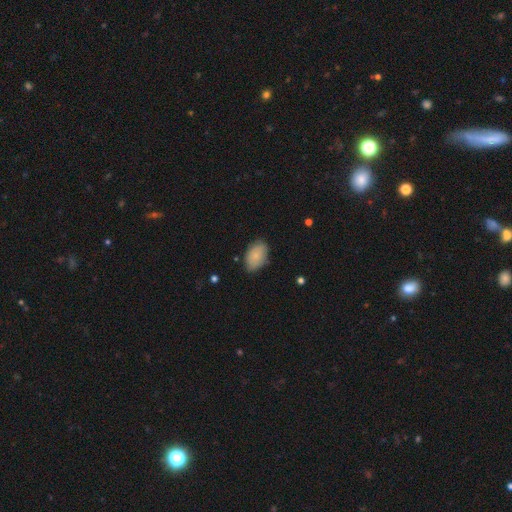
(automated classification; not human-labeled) smooth-or-featured: smooth: 81% | featured or disk: 12% | star or artifact: 7%
  how-rounded: in between: 89% | round: 9% | cigar-shaped: 1%
  merging: none: 76% | minor disturbance: 19% | major disturbance: 3% | merger: 1%